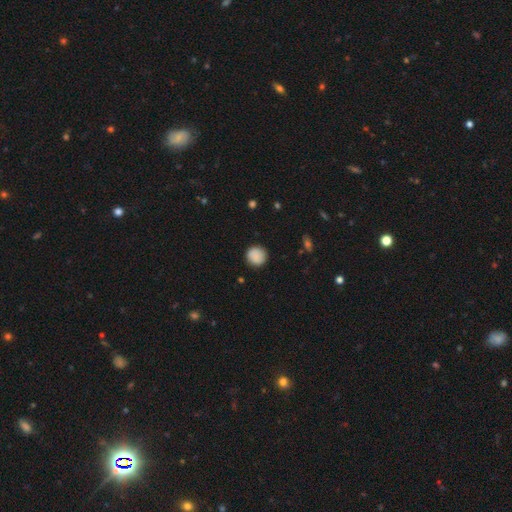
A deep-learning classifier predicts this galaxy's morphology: Q: Smooth or featured?
A: smooth (88%); runner-up: star or artifact (8%)
Q: How rounded?
A: round (93%); runner-up: in between (6%)
Q: Merging?
A: none (88%); runner-up: minor disturbance (8%)